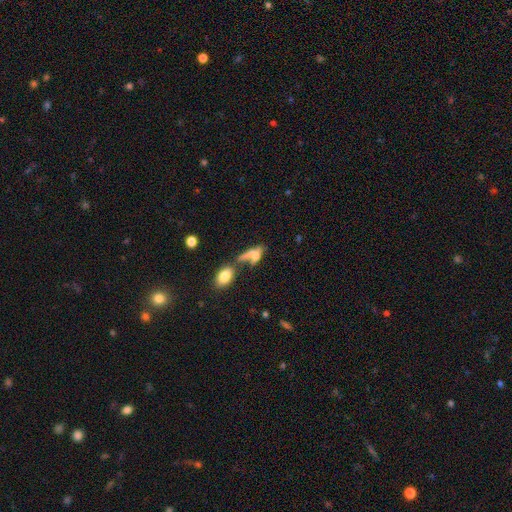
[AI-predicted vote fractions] Q: Smooth or featured?
A: smooth (56%); runner-up: featured or disk (32%)
Q: How rounded?
A: in between (58%); runner-up: cigar-shaped (34%)
Q: Merging?
A: merger (40%); runner-up: none (33%)